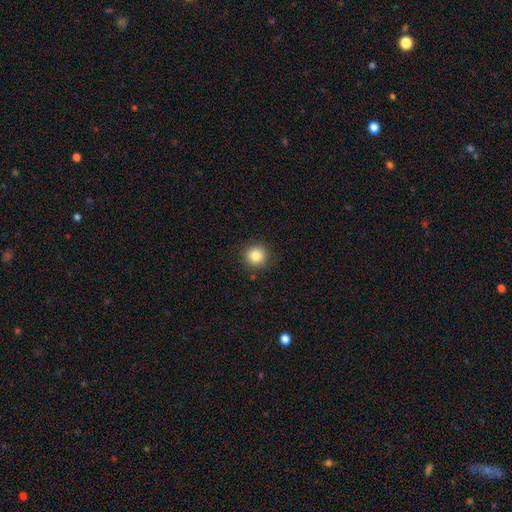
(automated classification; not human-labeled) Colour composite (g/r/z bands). It shows a smooth galaxy with no disk features (84%) that is round (94%). Merging: none (89%).